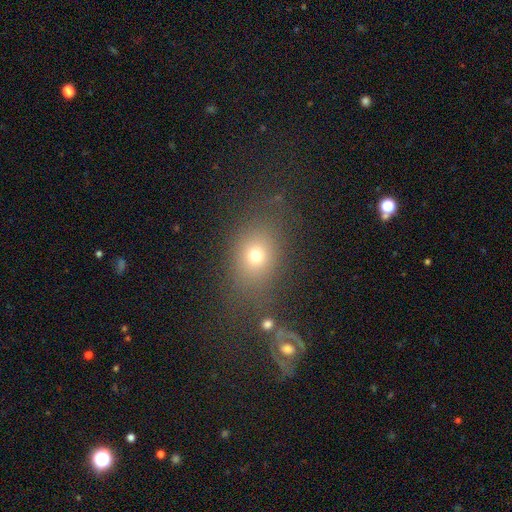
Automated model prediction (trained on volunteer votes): Smooth or featured? smooth (69%)
How rounded? in between (58%)
Merging? none (71%)